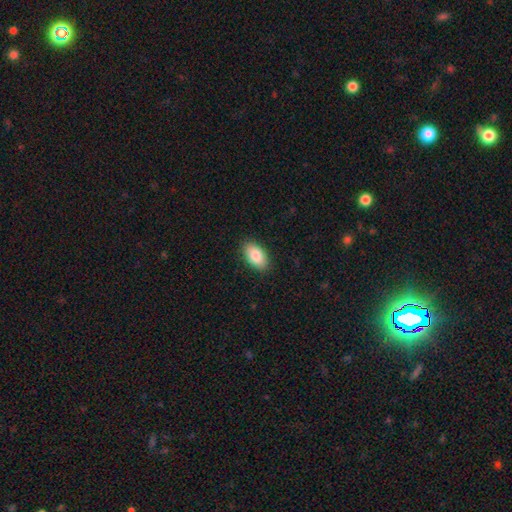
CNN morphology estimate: This appears to be a smooth galaxy with no disk features (85%) that is in between round and cigar-shaped (94%). Merging: none (89%).